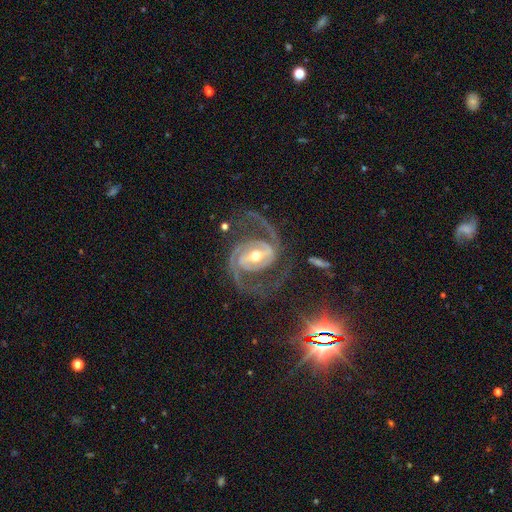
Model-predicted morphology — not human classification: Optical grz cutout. It shows a featured or disk galaxy (92%) with a strong bar (48%), 2 (90%) medium (59%) spiral arms (98%) and a moderate central bulge (66%). Merging: none (70%).